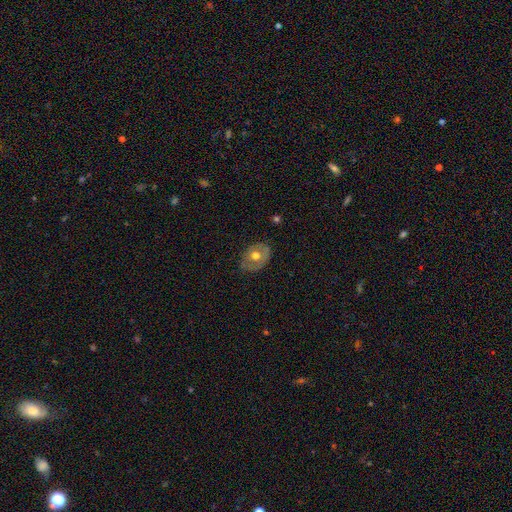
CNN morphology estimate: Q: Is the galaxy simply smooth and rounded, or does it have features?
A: smooth — 51%.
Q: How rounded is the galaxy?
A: in between — 62%.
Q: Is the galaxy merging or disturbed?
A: none — 71%.